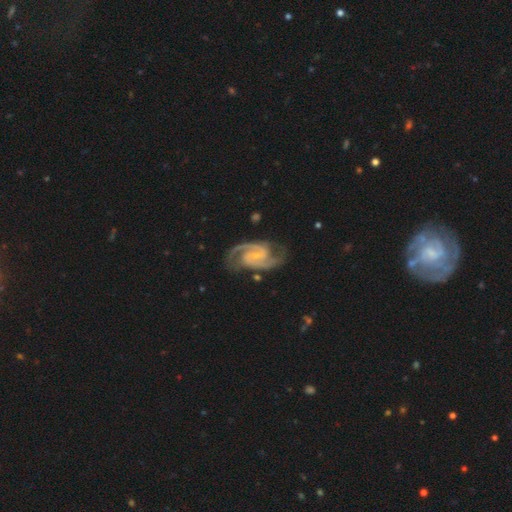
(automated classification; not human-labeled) Smooth or featured? featured or disk (93%)
Edge-on disk? no (98%)
Bar? weak (46%)
Spiral arms? yes (99%)
Spiral winding? medium (62%)
Spiral arm count? 2 (92%)
Bulge size? small (70%)
Merging? none (77%)